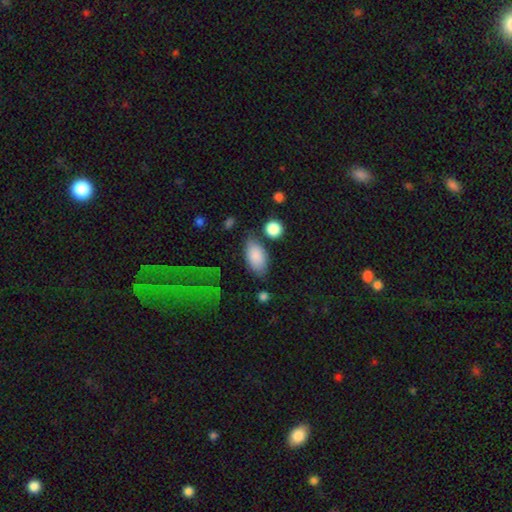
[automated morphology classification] Smooth or featured? smooth (85%)
How rounded? in between (91%)
Merging? none (69%)